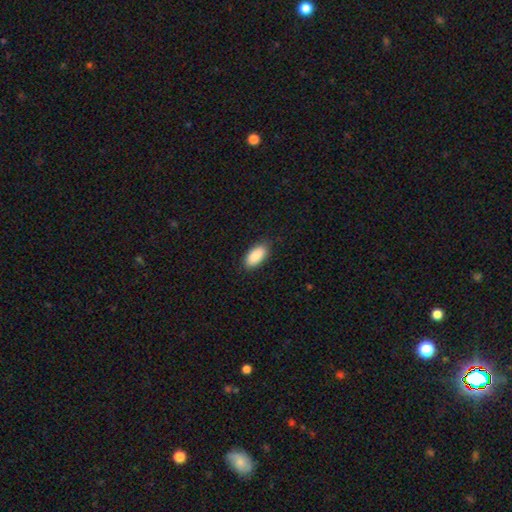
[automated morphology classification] Smooth or featured? smooth (90%)
How rounded? in between (93%)
Merging? none (87%)